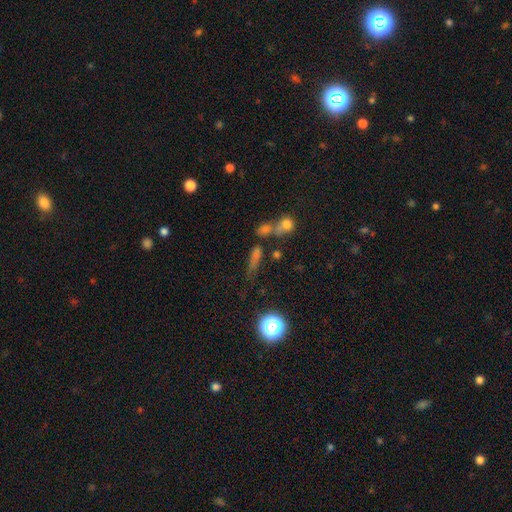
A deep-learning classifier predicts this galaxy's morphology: A smooth galaxy with no disk features (47%).

Vote fractions:
- Smooth or featured? smooth: 47% / star or artifact: 33% / featured or disk: 20%
- Merging? none: 47% / merger: 32% / minor disturbance: 11% / major disturbance: 10%